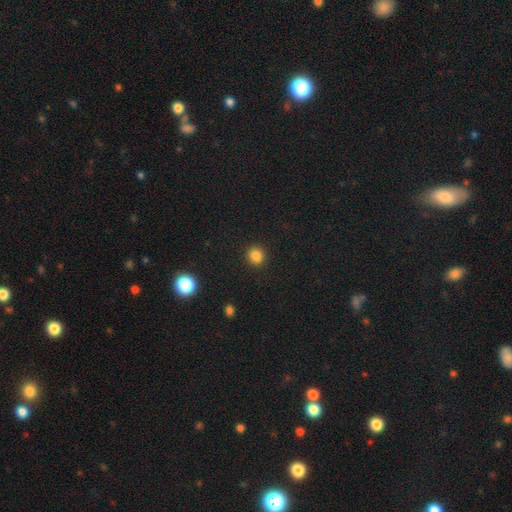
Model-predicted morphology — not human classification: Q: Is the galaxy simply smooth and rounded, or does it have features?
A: smooth — 84%.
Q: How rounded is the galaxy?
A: round — 87%.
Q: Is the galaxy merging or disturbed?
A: none — 91%.